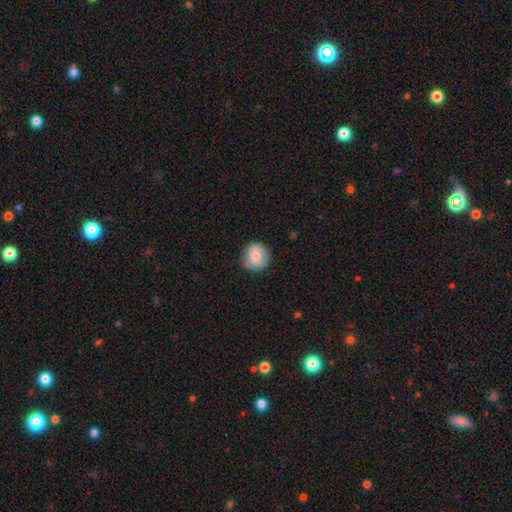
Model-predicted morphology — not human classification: A smooth galaxy with no disk features (79%) that is round (91%). Merging: none (79%).